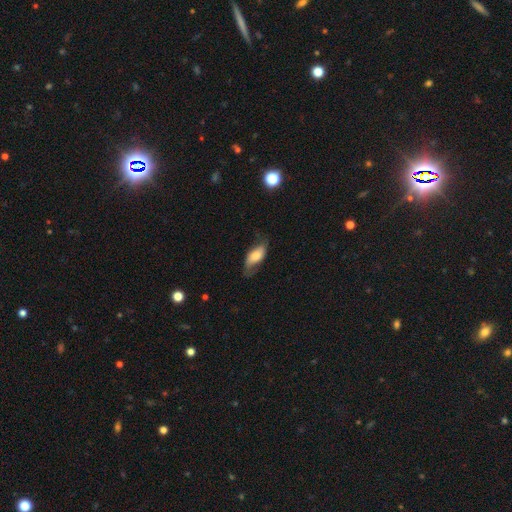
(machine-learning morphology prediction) Overall: smooth (61%; featured or disk 32%). How rounded: in between (84%). Merging: none (57%; minor disturbance 29%).